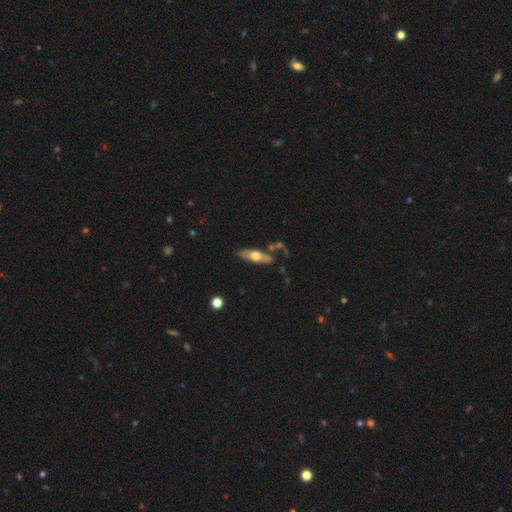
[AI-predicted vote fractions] Morphology: type=smooth (49%); merging=none (66%).